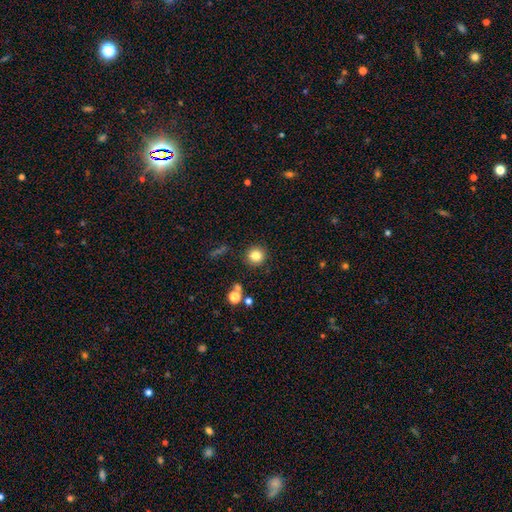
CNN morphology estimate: Smooth or featured? smooth (82%)
How rounded? round (94%)
Merging? none (89%)